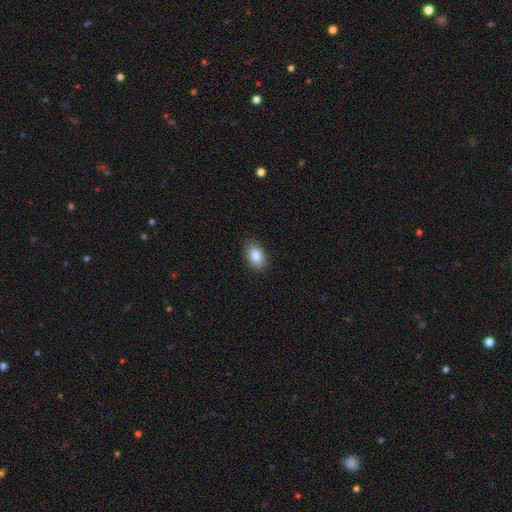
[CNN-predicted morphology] Smooth or featured? Predicted: smooth (p=0.85). How rounded? Predicted: in between (p=0.88). Merging? Predicted: none (p=0.87).